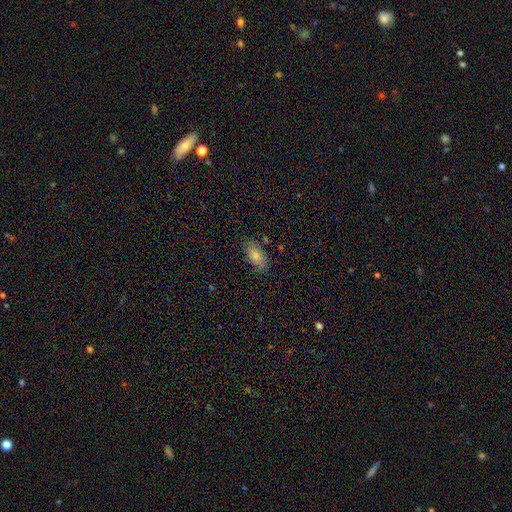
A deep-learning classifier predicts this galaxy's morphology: smooth_or_featured: smooth (p=0.68) [alt: featured or disk p=0.23]
how_rounded: in between (p=0.91) [alt: round p=0.05]
merging: none (p=0.69) [alt: minor disturbance p=0.22]